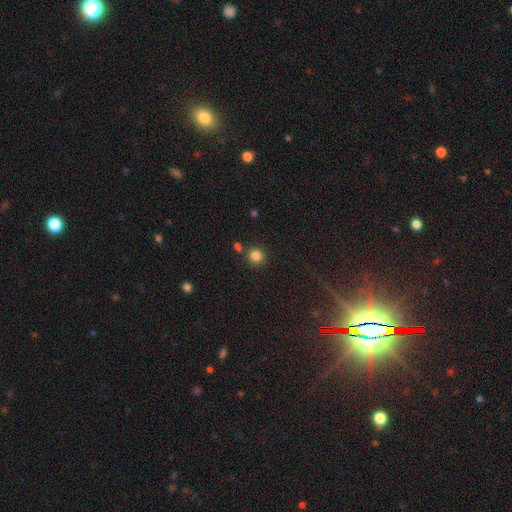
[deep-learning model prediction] Smooth or featured? smooth (83%)
How rounded? round (94%)
Merging? none (81%)